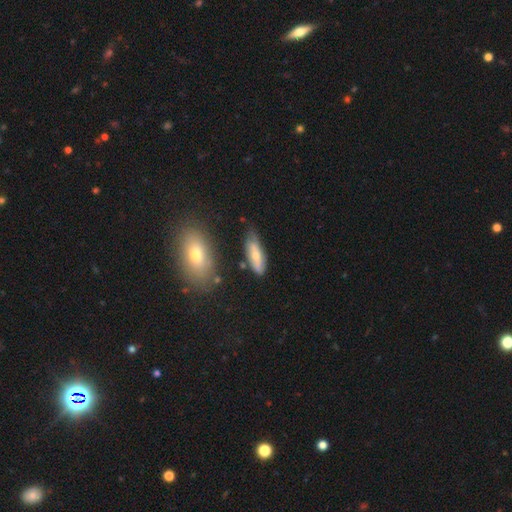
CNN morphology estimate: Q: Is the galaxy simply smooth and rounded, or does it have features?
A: smooth — 55%.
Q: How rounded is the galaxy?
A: in between — 66%.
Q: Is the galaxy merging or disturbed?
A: none — 60%.